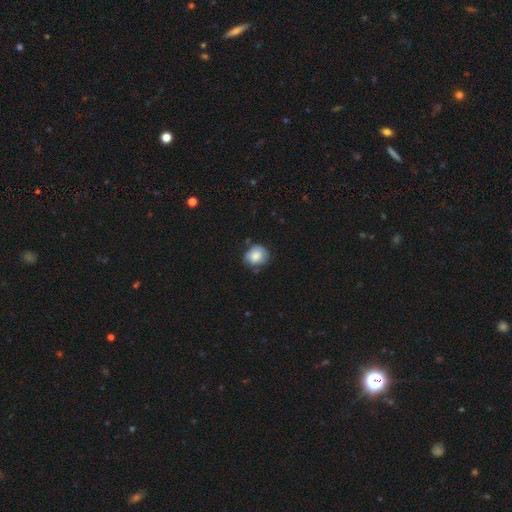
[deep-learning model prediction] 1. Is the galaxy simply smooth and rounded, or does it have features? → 79% smooth, 13% featured or disk, 8% star or artifact.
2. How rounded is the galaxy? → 73% round, 26% in between, 1% cigar-shaped.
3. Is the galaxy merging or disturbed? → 63% none, 28% minor disturbance, 7% major disturbance, 3% merger.